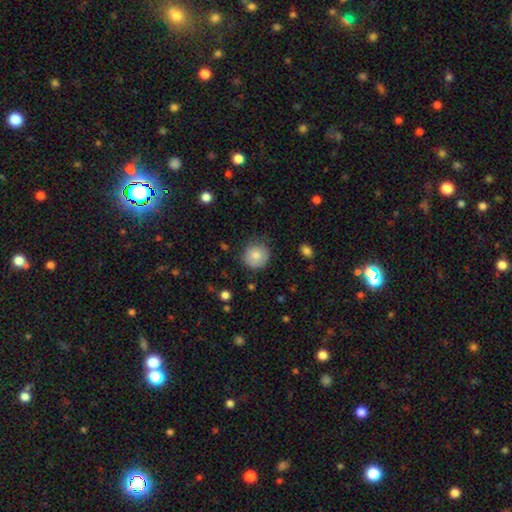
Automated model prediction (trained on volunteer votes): smooth-or-featured: smooth: 81% | featured or disk: 11% | star or artifact: 8%
  how-rounded: round: 89% | in between: 10% | cigar-shaped: 1%
  merging: none: 75% | minor disturbance: 20% | major disturbance: 4% | merger: 1%